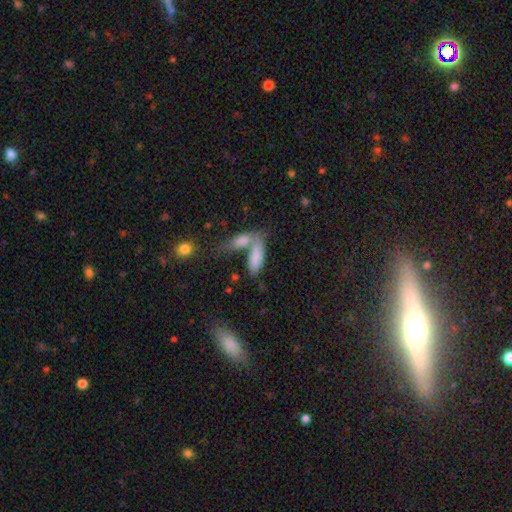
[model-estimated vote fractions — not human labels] The model was most divided on "merging": merger: 54%, none: 32%, minor disturbance: 9%, major disturbance: 5%. More confident: smooth or featured — smooth (81%); how rounded — in between (69%).